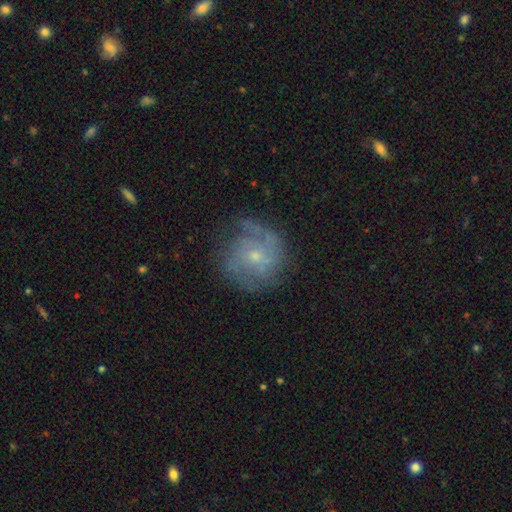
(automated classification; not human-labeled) Smooth or featured? featured or disk (73%)
Edge-on disk? no (98%)
Bar? no (70%)
Spiral arms? yes (89%)
Spiral winding? tight (42%)
Spiral arm count? 2 (33%)
Bulge size? small (69%)
Merging? none (68%)